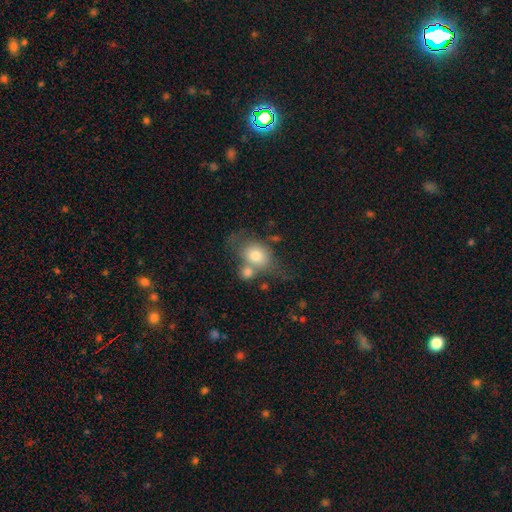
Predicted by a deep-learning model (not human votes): Overall: smooth (72%). How rounded: in between (55%; round 44%). Merging: merger (39%; none 31%).